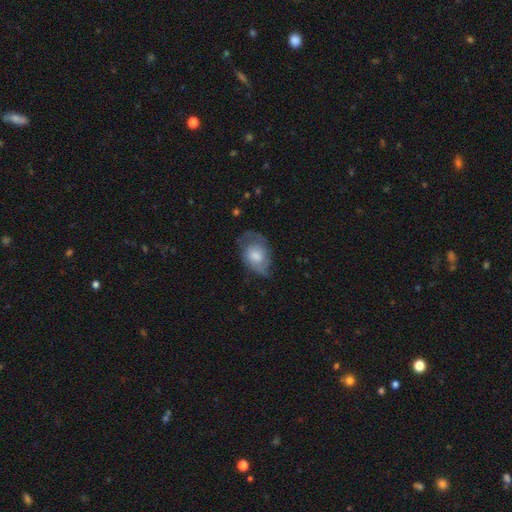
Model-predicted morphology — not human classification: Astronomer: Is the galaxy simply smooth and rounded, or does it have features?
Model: featured or disk — 51% (runner-up: smooth, 43%).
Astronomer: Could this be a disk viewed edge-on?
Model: no — 95%.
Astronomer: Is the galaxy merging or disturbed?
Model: none — 49% (runner-up: minor disturbance, 30%).